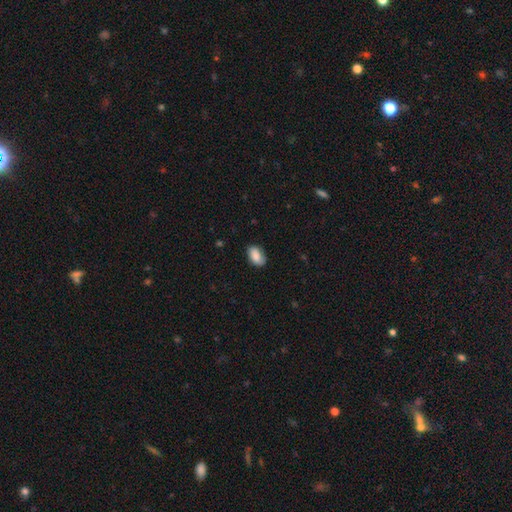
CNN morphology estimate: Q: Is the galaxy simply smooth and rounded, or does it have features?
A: smooth — 83%.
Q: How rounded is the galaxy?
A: in between — 91%.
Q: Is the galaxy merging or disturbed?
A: none — 80%.